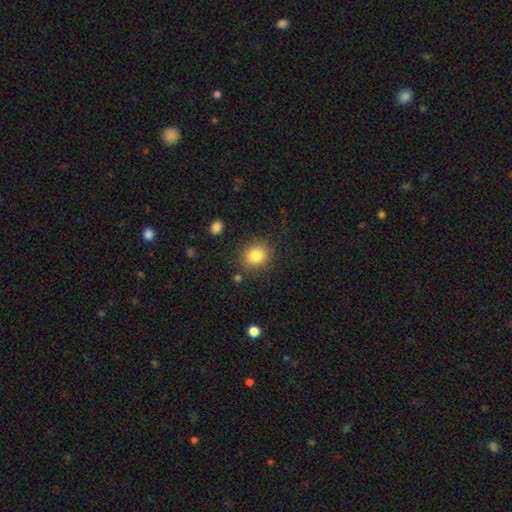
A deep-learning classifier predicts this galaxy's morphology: smooth-or-featured: smooth: 83% | star or artifact: 10% | featured or disk: 7%
  how-rounded: round: 65% | in between: 34% | cigar-shaped: 1%
  merging: none: 85% | minor disturbance: 10% | major disturbance: 3% | merger: 2%